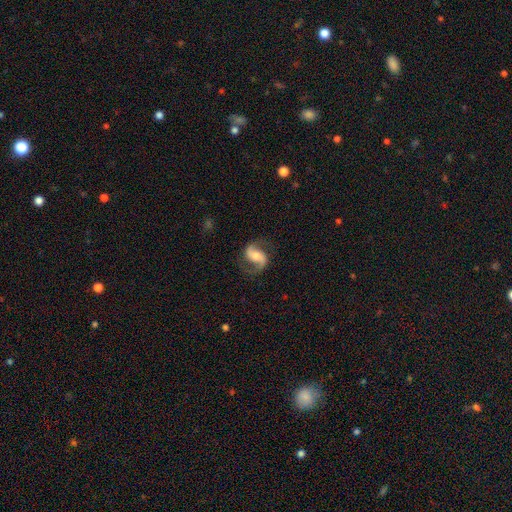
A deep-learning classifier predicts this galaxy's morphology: The model was most divided on "bar" (2-way tie): no: 36%, weak: 36%, strong: 27%. Remaining: edge-on disk — no (97%); spiral arms — yes (96%); spiral arm count — 2 (92%); smooth or featured — featured or disk (83%); merging — none (77%); bulge size — moderate (55%); spiral winding — loose (46%).